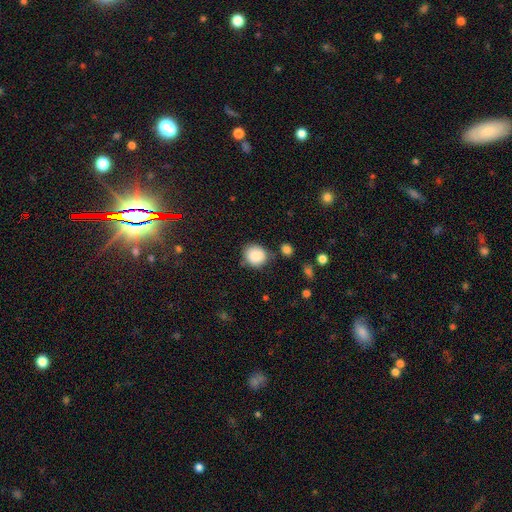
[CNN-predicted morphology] type=smooth (86%); roundness=round (82%); merging=none (75%).